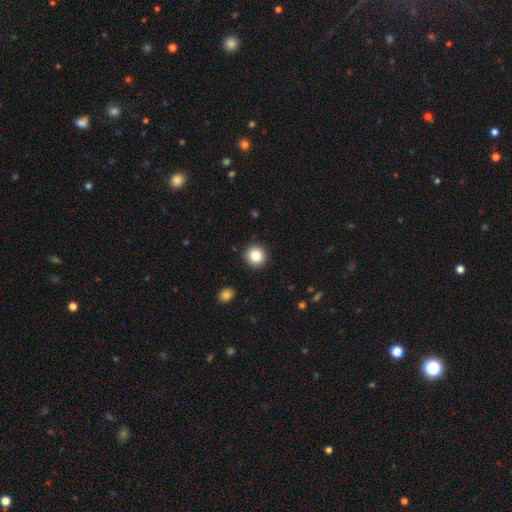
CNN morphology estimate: This is clearly a smooth galaxy (84%). How rounded: clearly round (93%). Merging: clearly none (91%).